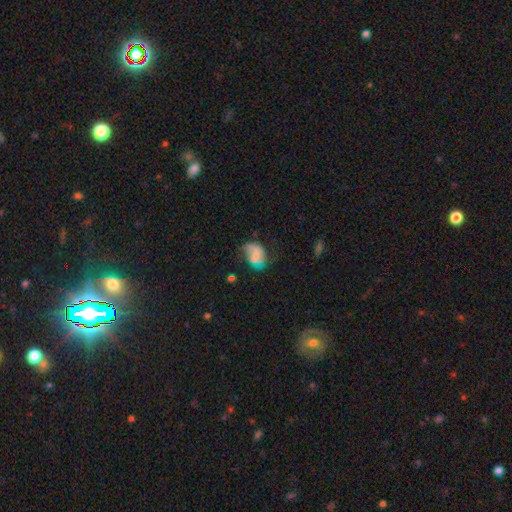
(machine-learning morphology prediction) This is marginally a smooth galaxy (45%). Merging: marginally none (41%).